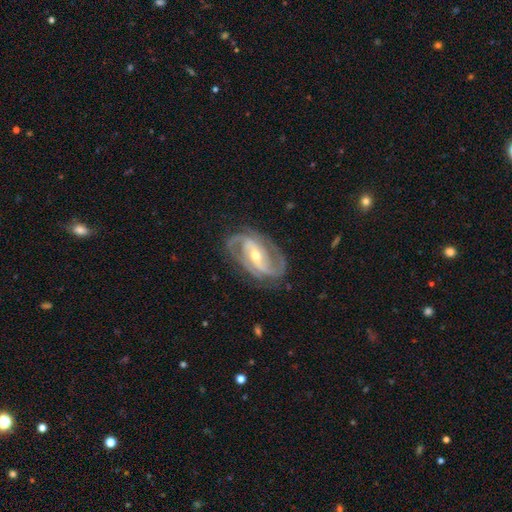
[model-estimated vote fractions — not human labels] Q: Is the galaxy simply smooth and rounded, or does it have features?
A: featured or disk — 92%.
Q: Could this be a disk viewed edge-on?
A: no — 96%.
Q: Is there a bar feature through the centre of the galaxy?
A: strong — 45%.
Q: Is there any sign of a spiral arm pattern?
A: yes — 98%.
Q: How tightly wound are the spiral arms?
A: medium — 50%.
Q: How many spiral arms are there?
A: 2 — 69%.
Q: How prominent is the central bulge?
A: moderate — 54%.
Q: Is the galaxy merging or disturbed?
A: none — 78%.